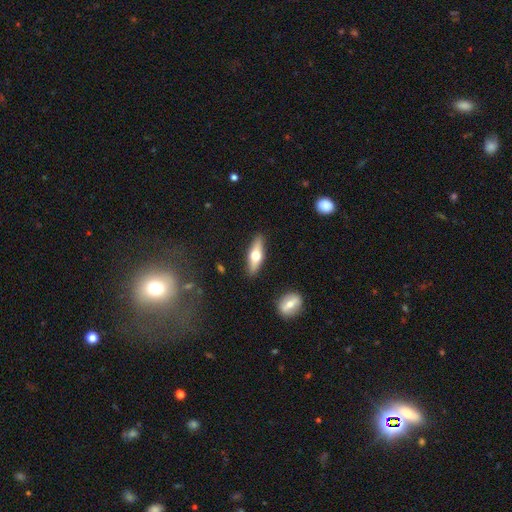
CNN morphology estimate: Q: Smooth or featured?
A: smooth (49%); runner-up: featured or disk (45%)
Q: Merging?
A: none (88%); runner-up: minor disturbance (9%)